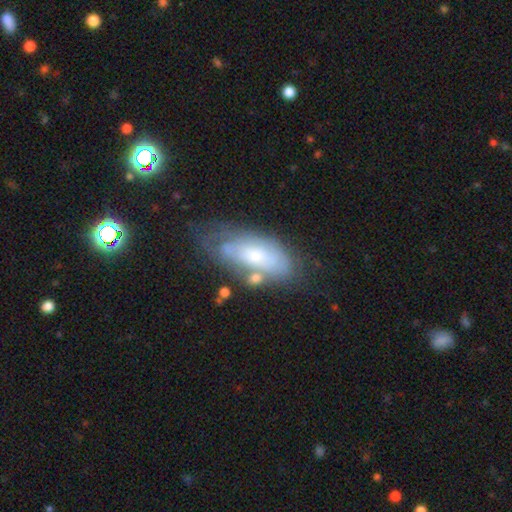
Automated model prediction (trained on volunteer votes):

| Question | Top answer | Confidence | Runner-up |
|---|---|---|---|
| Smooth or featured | featured or disk | 55% | smooth (38%) |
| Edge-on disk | no | 87% | yes (13%) |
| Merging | none | 49% | minor disturbance (26%) |